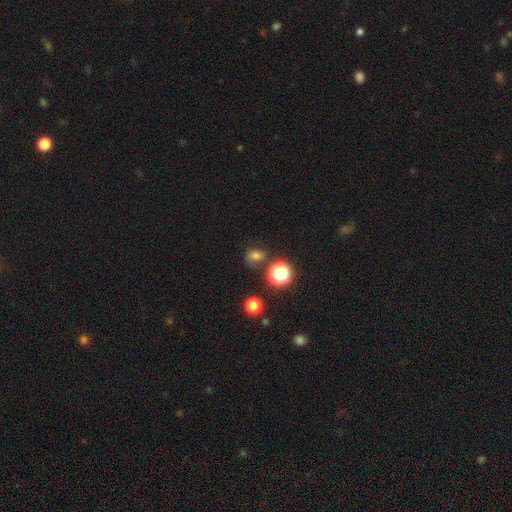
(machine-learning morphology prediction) Smooth or featured? smooth (63%)
How rounded? round (55%)
Merging? none (66%)